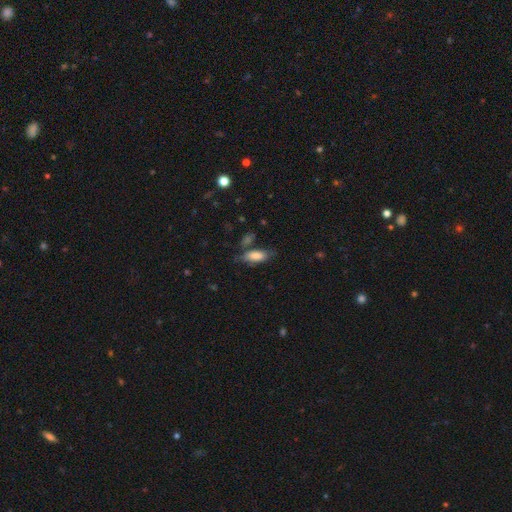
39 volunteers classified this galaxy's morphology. type=smooth (82%); roundness=in between (84%); merging=none (68%).